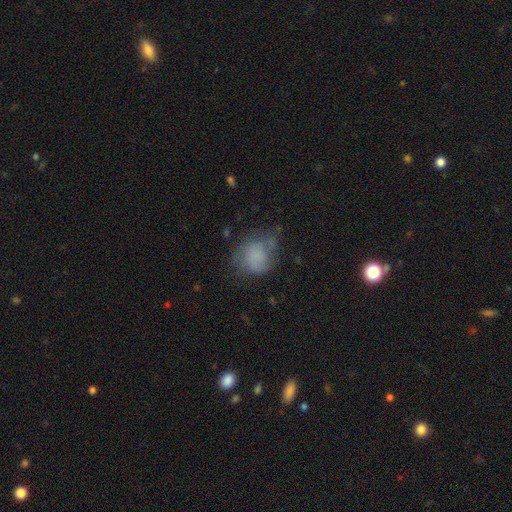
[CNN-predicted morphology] A smooth galaxy with no disk features (67%) that is round (60%).

Vote fractions:
- Smooth or featured? smooth: 67% / featured or disk: 22% / star or artifact: 11%
- How rounded? round: 60% / in between: 39% / cigar-shaped: 1%
- Merging? none: 45% / minor disturbance: 31% / major disturbance: 20% / merger: 4%